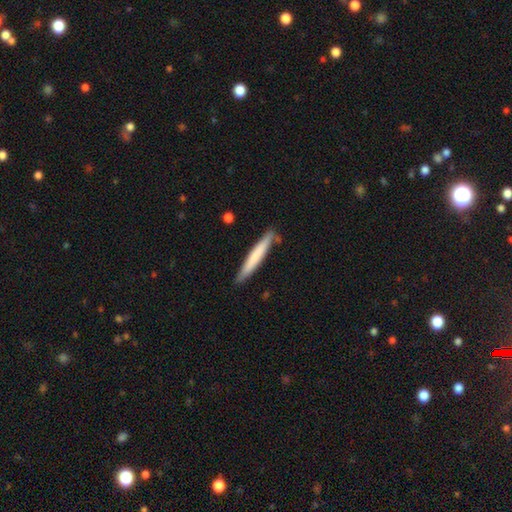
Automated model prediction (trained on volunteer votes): This is likely a smooth galaxy (67%). How rounded: clearly cigar-shaped (95%). Merging: clearly none (83%).